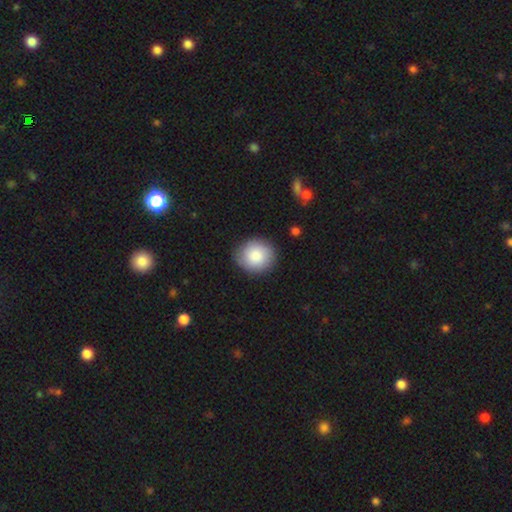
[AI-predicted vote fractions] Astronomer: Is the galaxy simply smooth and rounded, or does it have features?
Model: smooth — 86%.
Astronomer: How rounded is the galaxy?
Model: round — 85%.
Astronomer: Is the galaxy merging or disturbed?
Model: none — 87%.